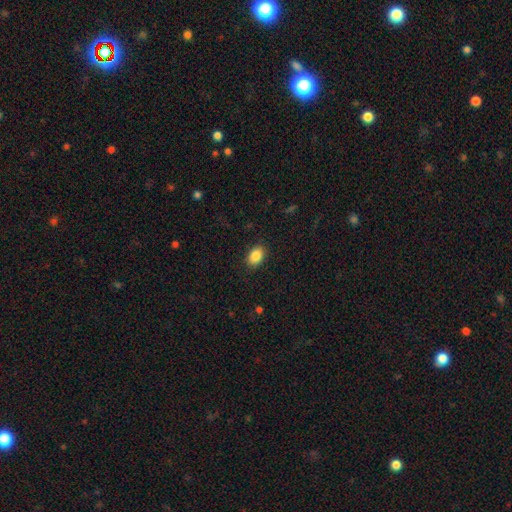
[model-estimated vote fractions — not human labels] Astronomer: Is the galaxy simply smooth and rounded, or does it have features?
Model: smooth — 87%.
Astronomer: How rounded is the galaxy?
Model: in between — 80%.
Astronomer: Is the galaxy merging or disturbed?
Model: none — 88%.